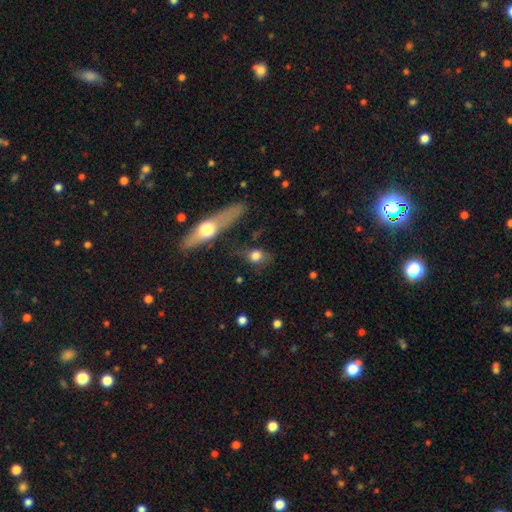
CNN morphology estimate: Smooth or featured? Predicted: smooth (p=0.68). How rounded? Predicted: round (p=0.60). Merging? Predicted: none (p=0.59).